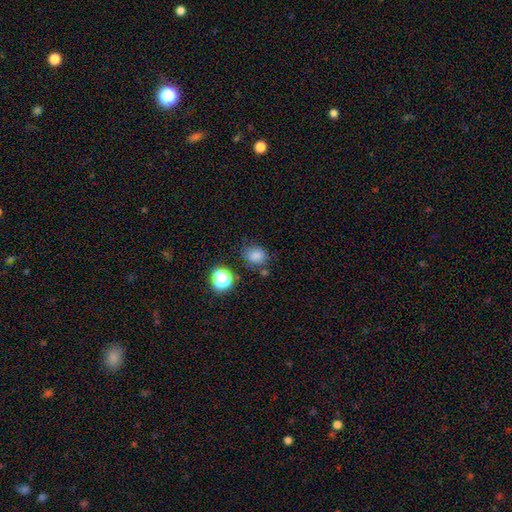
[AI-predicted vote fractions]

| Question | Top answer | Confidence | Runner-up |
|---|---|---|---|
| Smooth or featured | smooth | 79% | star or artifact (16%) |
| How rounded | round | 60% | in between (39%) |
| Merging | none | 72% | minor disturbance (17%) |